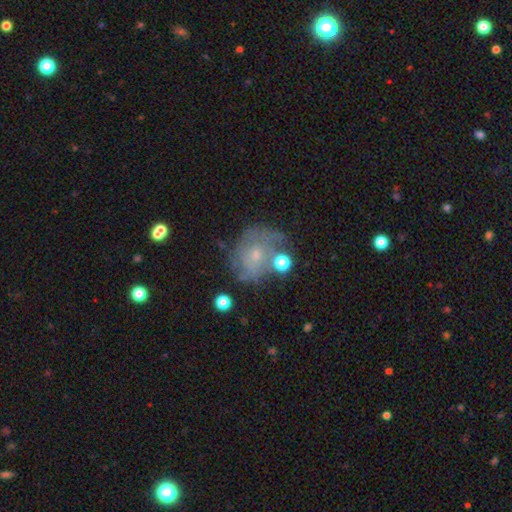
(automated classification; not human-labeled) This appears to be a featured or disk galaxy (55%) with no bar (77%), spiral arms (72%) and a small central bulge (72%). Merging: none (57%).